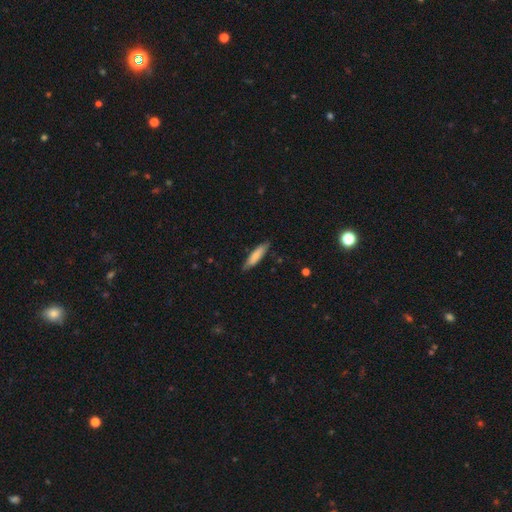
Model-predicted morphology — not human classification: Smooth or featured? smooth (76%)
How rounded? cigar-shaped (76%)
Merging? none (81%)